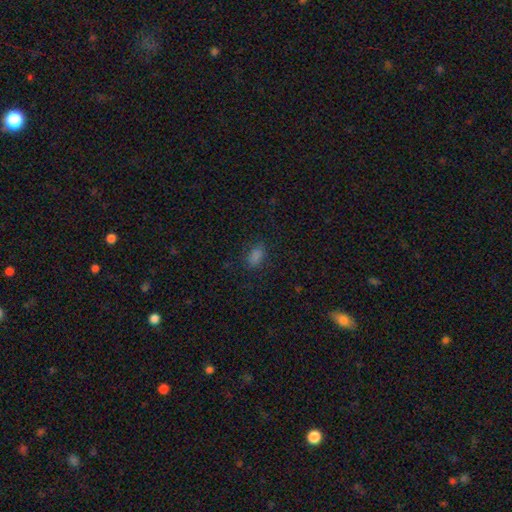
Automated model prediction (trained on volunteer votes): Smooth or featured: smooth — 78% (star or artifact — 17%)
How rounded: in between — 85% (round — 11%)
Merging: none — 81% (minor disturbance — 13%)